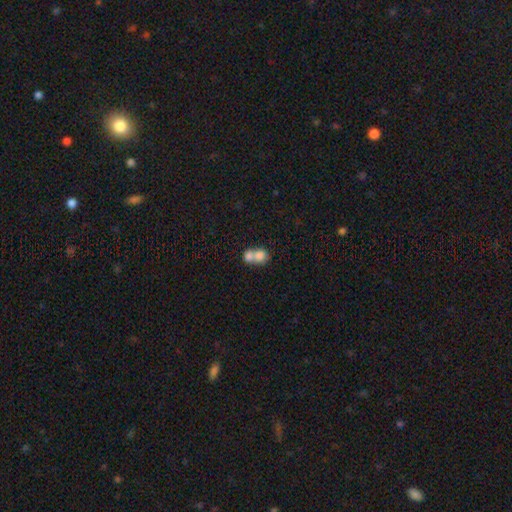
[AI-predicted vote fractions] Q: Smooth or featured?
A: smooth (75%); runner-up: featured or disk (16%)
Q: How rounded?
A: round (66%); runner-up: in between (33%)
Q: Merging?
A: merger (72%); runner-up: none (20%)